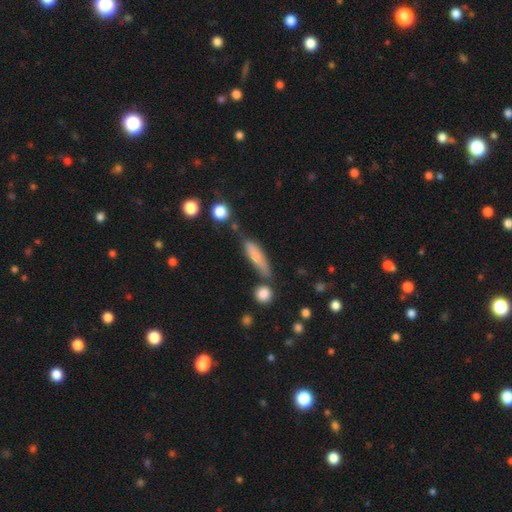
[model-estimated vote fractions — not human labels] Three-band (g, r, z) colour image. It shows a smooth galaxy with no disk features (76%) that is cigar-shaped (73%). Merging: none (63%).